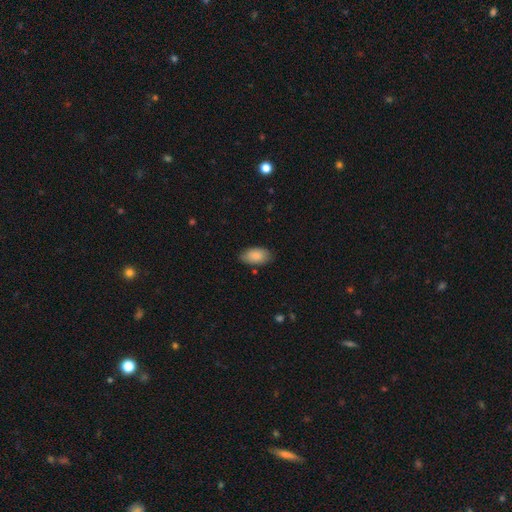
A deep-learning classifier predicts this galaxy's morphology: Smooth or featured? Predicted: smooth (p=0.88). How rounded? Predicted: in between (p=0.94). Merging? Predicted: none (p=0.82).